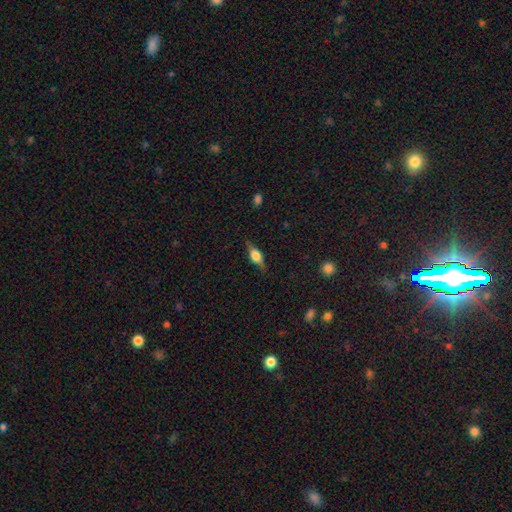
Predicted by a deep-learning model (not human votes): This is possibly a featured or disk galaxy (59%). It is clearly viewed edge-on (95%). Edge-on bulge: clearly rounded (88%). Merging: clearly none (82%).